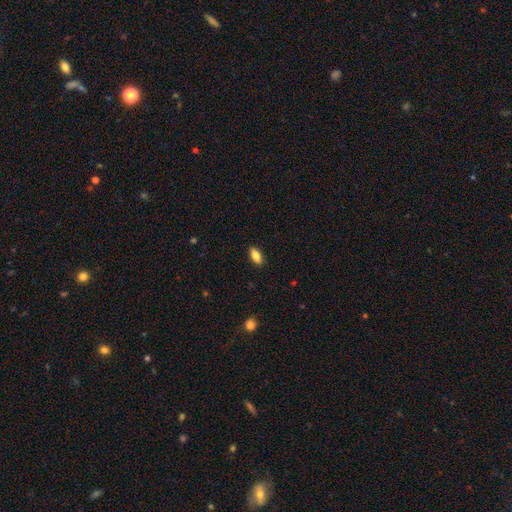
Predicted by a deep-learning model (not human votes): This is clearly a smooth galaxy (82%). How rounded: clearly in between (83%). Merging: clearly none (89%).